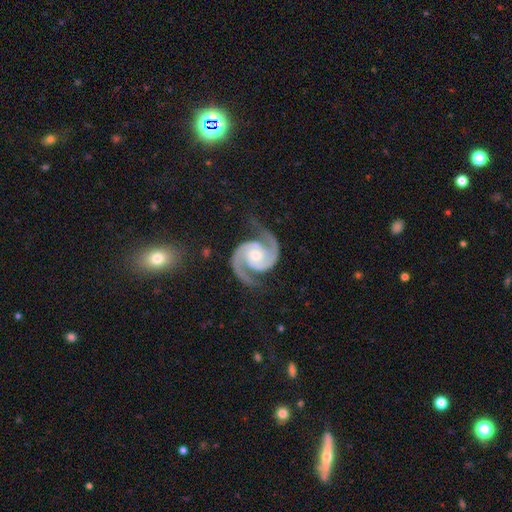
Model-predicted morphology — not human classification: A featured or disk galaxy (94%) with no bar (64%), 2 (95%) medium (61%) spiral arms (99%) and a moderate central bulge (56%). Merging: none (79%).